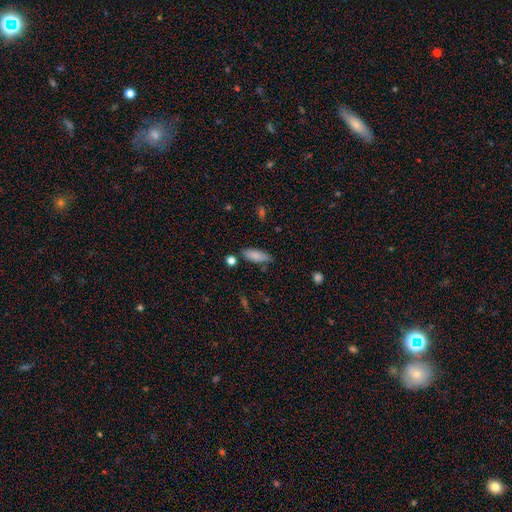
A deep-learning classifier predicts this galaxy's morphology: The model was most divided on "how rounded": in between: 70%, cigar-shaped: 27%, round: 2%. More confident: smooth or featured — smooth (82%); merging — none (71%).